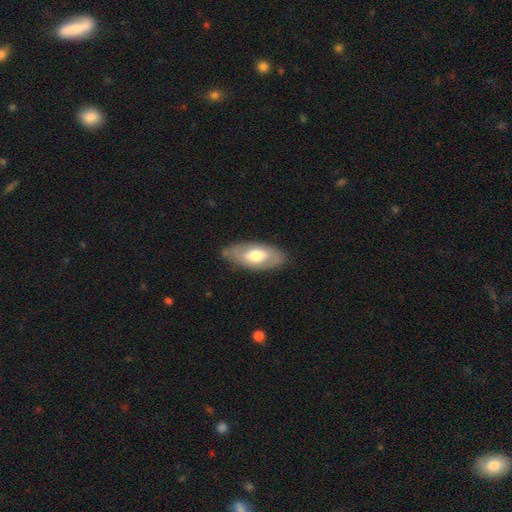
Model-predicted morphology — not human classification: type=smooth (58%); roundness=in between (89%); merging=none (79%).